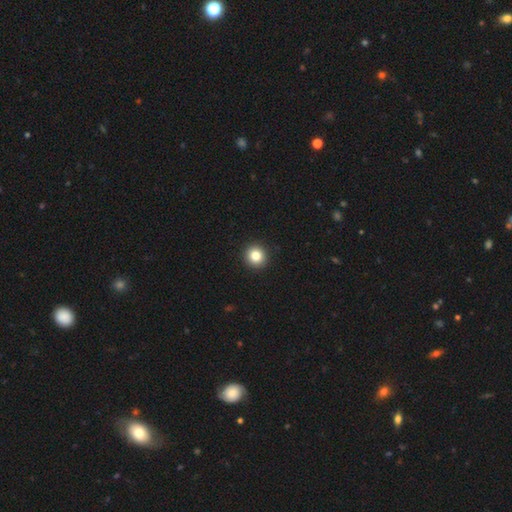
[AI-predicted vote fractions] Smooth or featured? smooth (84%)
How rounded? round (94%)
Merging? none (94%)